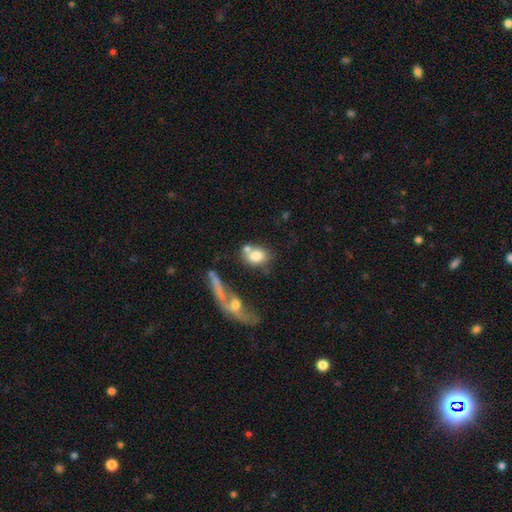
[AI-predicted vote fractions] smooth 77%, featured or disk 14%, star or artifact 9%. Down the decision tree: how rounded — in between (61%); merging — none (43%).